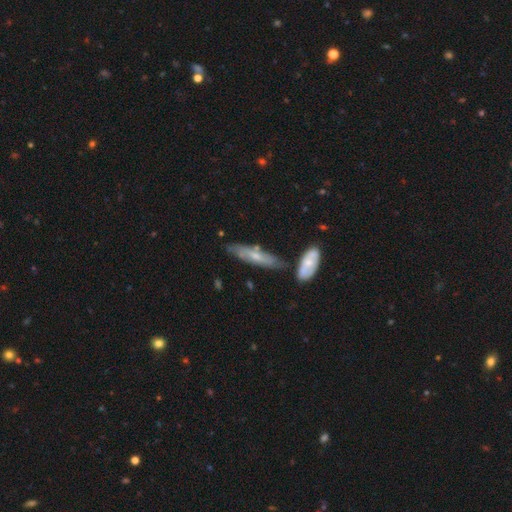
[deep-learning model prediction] Overall: featured or disk (50%; smooth 44%). Edge-on disk: yes (54%; no 46%). Merging: none (65%).